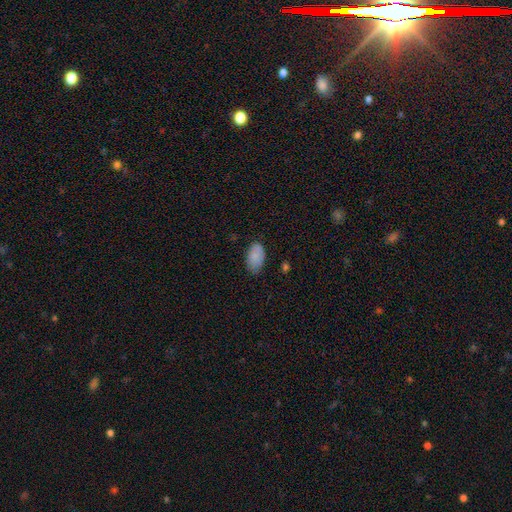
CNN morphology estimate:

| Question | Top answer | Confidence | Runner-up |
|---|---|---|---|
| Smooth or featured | smooth | 86% | featured or disk (7%) |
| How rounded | in between | 94% | round (4%) |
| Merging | none | 69% | minor disturbance (25%) |